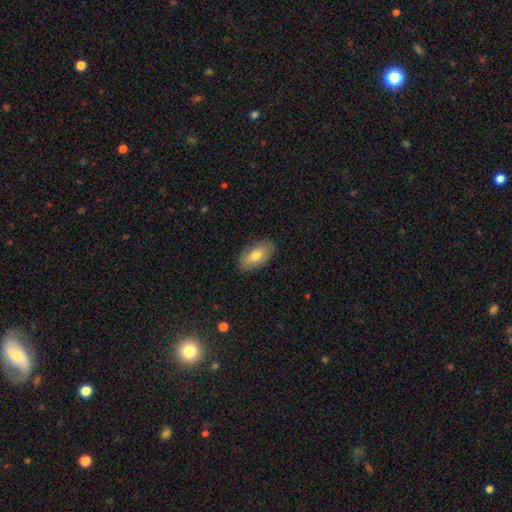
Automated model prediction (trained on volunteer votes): smooth 70%, featured or disk 23%, star or artifact 7%. Down the decision tree: how rounded — in between (91%); merging — none (86%).